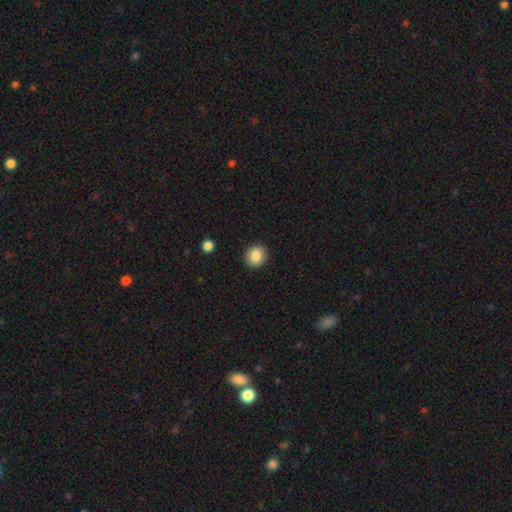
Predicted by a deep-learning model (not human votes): Overall: smooth (87%). How rounded: round (82%). Merging: none (90%).